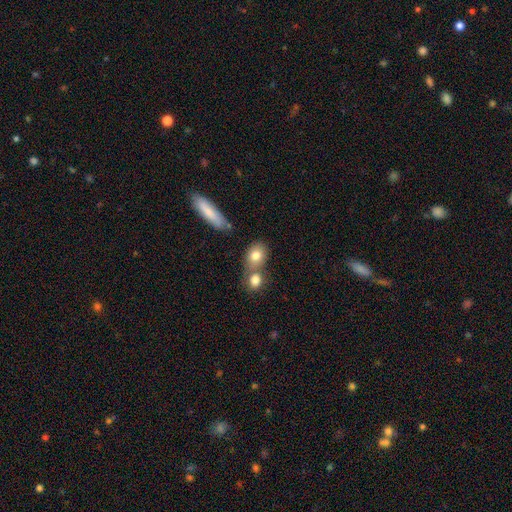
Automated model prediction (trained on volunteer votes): Smooth or featured?
  - smooth: 79% *
  - featured or disk: 12%
  - star or artifact: 9%
How rounded?
  - in between: 55% *
  - round: 42%
  - cigar-shaped: 3%
Merging?
  - none: 45% *
  - merger: 40%
  - minor disturbance: 10%
  - major disturbance: 4%